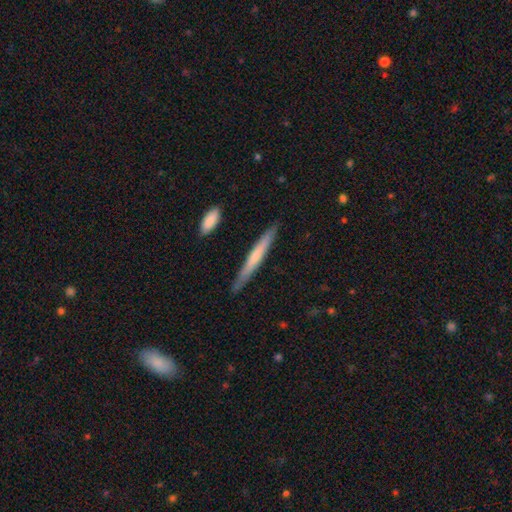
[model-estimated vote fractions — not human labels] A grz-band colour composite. It shows a smooth galaxy with no disk features (54%) that is cigar-shaped (96%). Merging: none (87%).